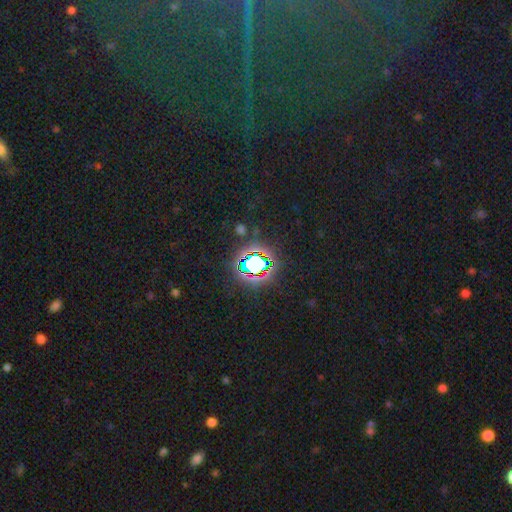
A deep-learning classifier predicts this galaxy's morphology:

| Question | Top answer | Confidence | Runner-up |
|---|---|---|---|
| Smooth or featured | star or artifact | 81% | smooth (12%) |